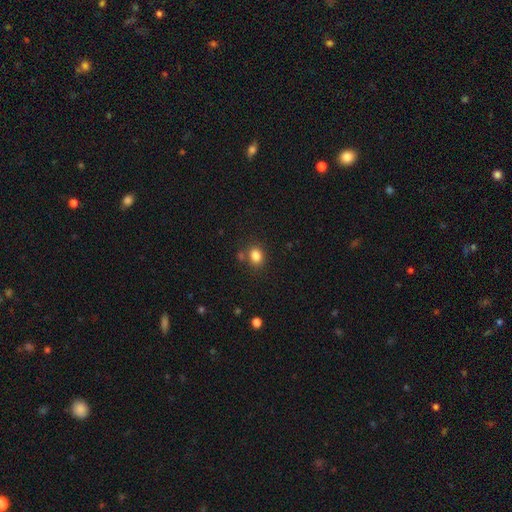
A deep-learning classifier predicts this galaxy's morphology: This appears to be a smooth galaxy with no disk features (84%) that is in between round and cigar-shaped (60%). Merging: none (73%).